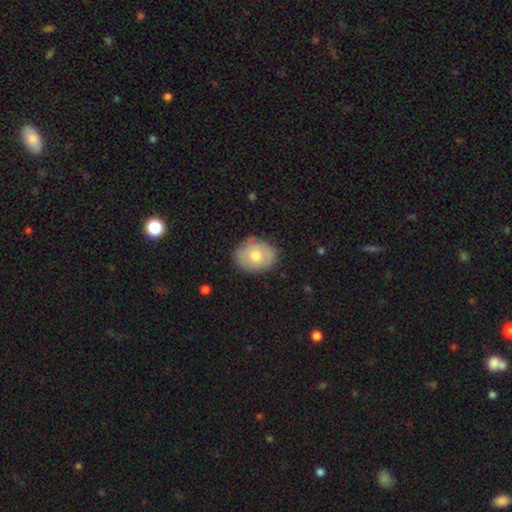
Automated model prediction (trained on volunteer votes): Smooth or featured?
  - smooth: 66% *
  - featured or disk: 27%
  - star or artifact: 7%
How rounded?
  - in between: 52% *
  - round: 47%
  - cigar-shaped: 1%
Merging?
  - none: 80% *
  - minor disturbance: 16%
  - major disturbance: 3%
  - merger: 1%